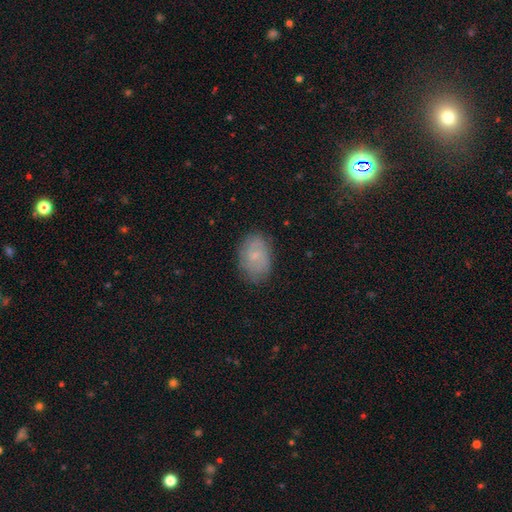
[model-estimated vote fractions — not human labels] This appears to be a smooth galaxy with no disk features (60%) that is in between round and cigar-shaped (83%). Merging: none (78%).